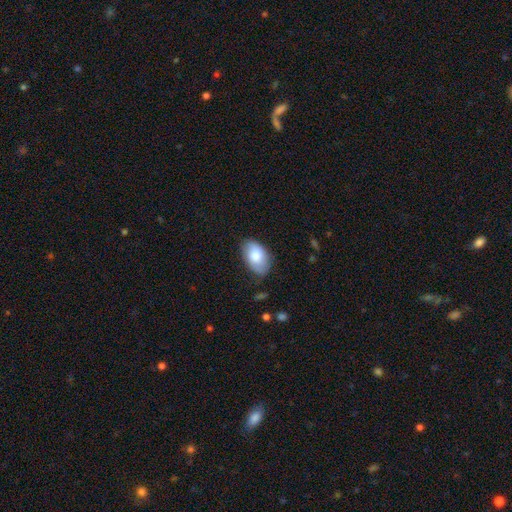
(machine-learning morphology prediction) Overall: smooth (77%). How rounded: in between (93%). Merging: none (78%).